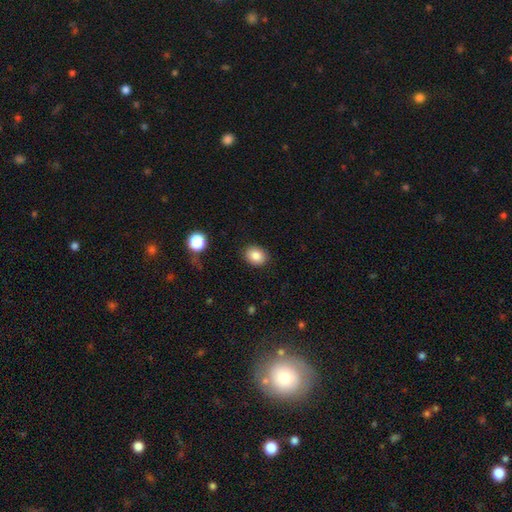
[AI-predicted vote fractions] Smooth or featured? smooth (86%)
How rounded? round (51%)
Merging? none (87%)